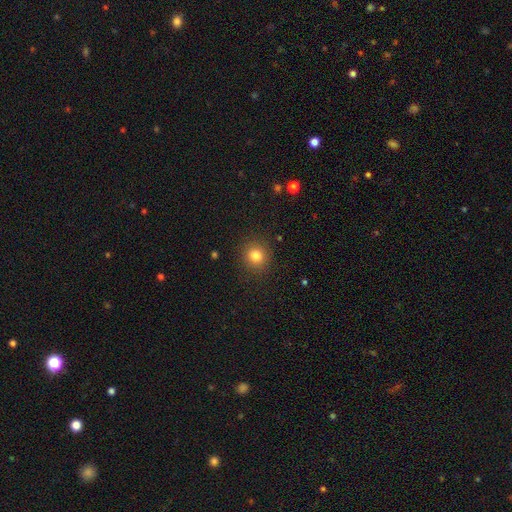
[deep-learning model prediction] This appears to be a smooth galaxy with no disk features (82%) that is round (90%). Merging: none (90%).